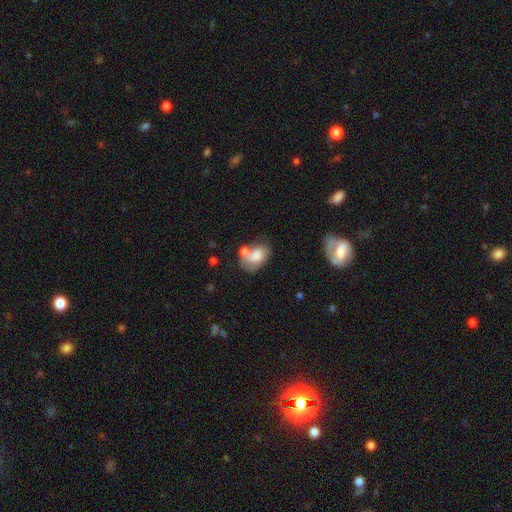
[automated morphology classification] smooth_or_featured: smooth (p=0.64) [alt: featured or disk p=0.28]
how_rounded: in between (p=0.81) [alt: round p=0.17]
merging: none (p=0.35) [alt: merger p=0.30]